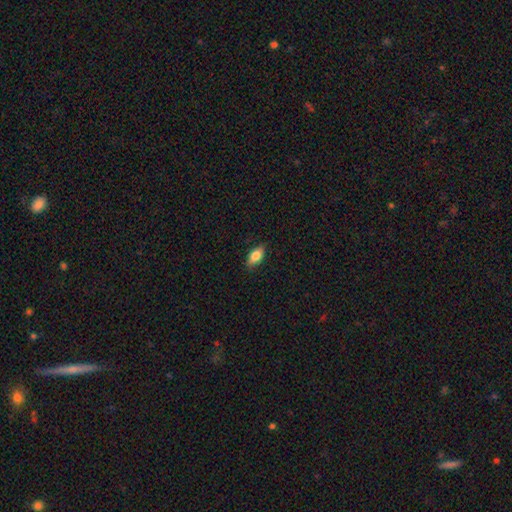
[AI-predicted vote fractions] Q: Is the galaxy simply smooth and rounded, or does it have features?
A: smooth — 81%.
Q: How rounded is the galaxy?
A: in between — 86%.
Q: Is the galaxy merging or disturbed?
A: none — 85%.